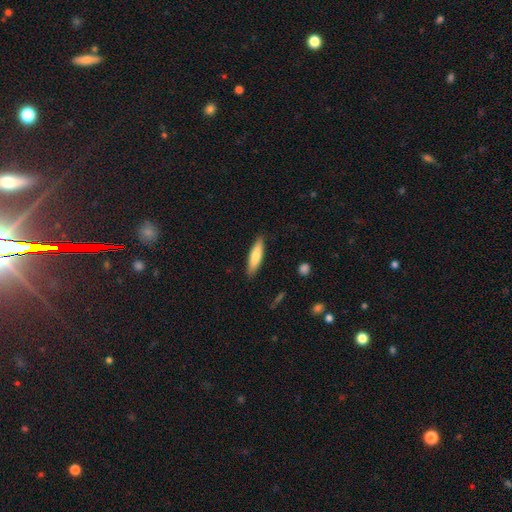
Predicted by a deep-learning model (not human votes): A smooth galaxy with no disk features (75%) that is cigar-shaped (73%).

Vote fractions:
- Smooth or featured? smooth: 75% / featured or disk: 19% / star or artifact: 6%
- How rounded? cigar-shaped: 73% / in between: 25% / round: 1%
- Merging? none: 88% / minor disturbance: 9% / major disturbance: 2% / merger: 1%